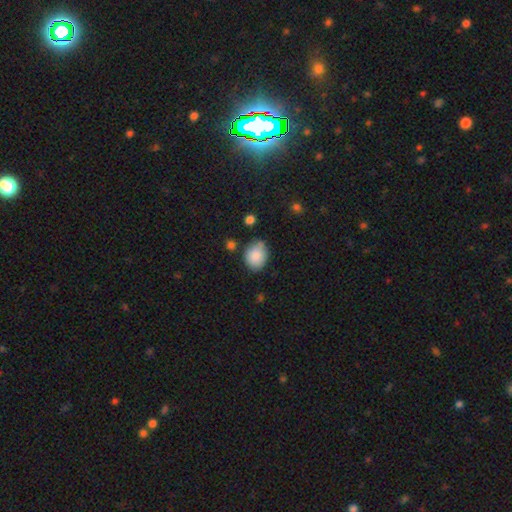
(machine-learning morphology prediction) smooth_or_featured: smooth (p=0.86) [alt: star or artifact p=0.08]
how_rounded: round (p=0.52) [alt: in between p=0.47]
merging: none (p=0.65) [alt: minor disturbance p=0.24]